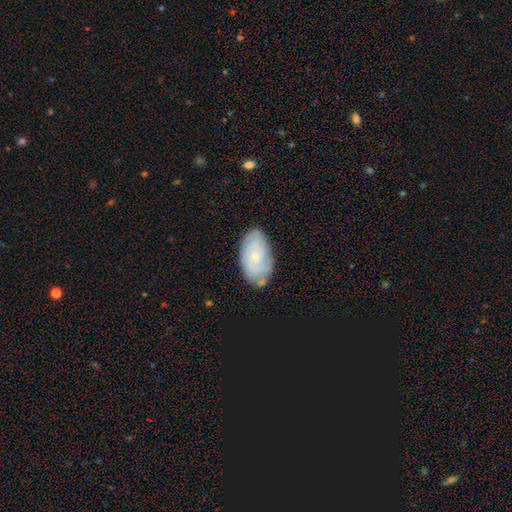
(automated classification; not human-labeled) Smooth or featured?
  - smooth: 48% *
  - featured or disk: 44%
  - star or artifact: 8%
Merging?
  - none: 74% *
  - minor disturbance: 19%
  - major disturbance: 4%
  - merger: 3%